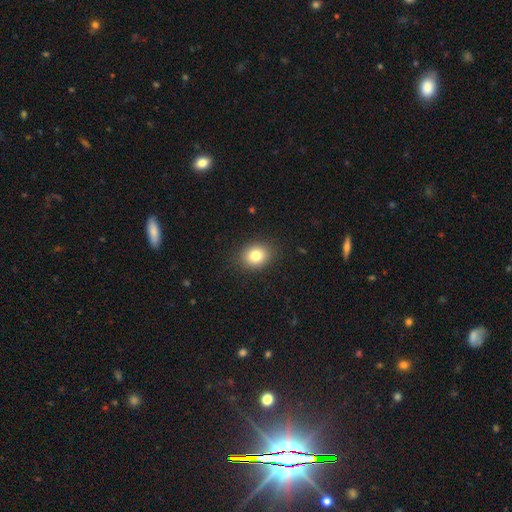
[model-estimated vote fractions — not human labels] A smooth galaxy with no disk features (80%) that is round (57%).

Vote fractions:
- Smooth or featured? smooth: 80% / star or artifact: 11% / featured or disk: 9%
- How rounded? round: 57% / in between: 42% / cigar-shaped: 1%
- Merging? none: 88% / minor disturbance: 8% / major disturbance: 3% / merger: 1%